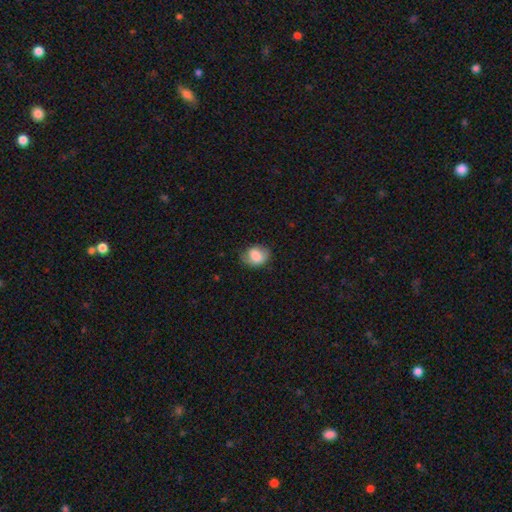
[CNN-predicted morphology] A smooth galaxy with no disk features (78%) that is in between round and cigar-shaped (52%). Merging: none (60%).